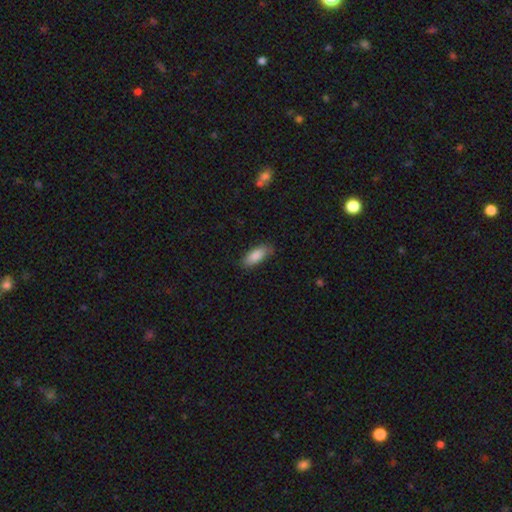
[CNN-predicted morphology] This appears to be a smooth galaxy with no disk features (87%) that is in between round and cigar-shaped (78%). Merging: none (82%).